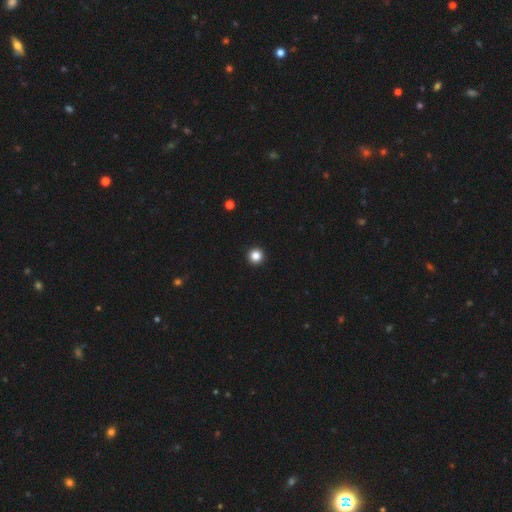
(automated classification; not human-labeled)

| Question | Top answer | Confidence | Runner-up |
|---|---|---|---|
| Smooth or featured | smooth | 85% | star or artifact (12%) |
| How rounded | round | 97% | in between (2%) |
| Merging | none | 95% | minor disturbance (3%) |